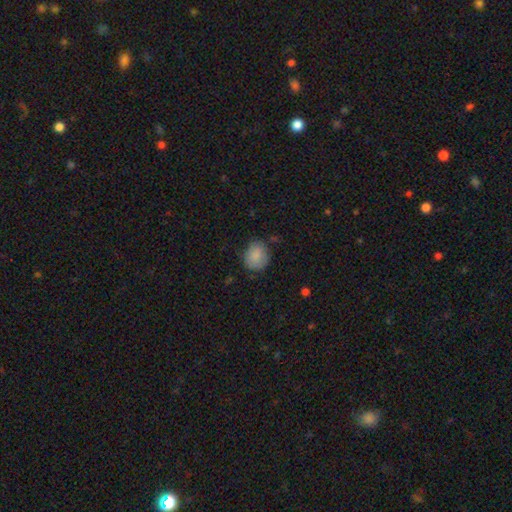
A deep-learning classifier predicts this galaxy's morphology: type=smooth (86%); roundness=round (68%); merging=none (72%).